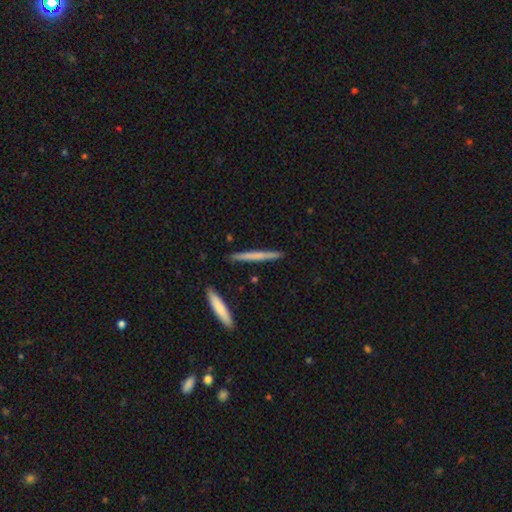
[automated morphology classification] smooth 56%, featured or disk 39%, star or artifact 5%. Down the decision tree: how rounded — cigar-shaped (96%); merging — none (89%).